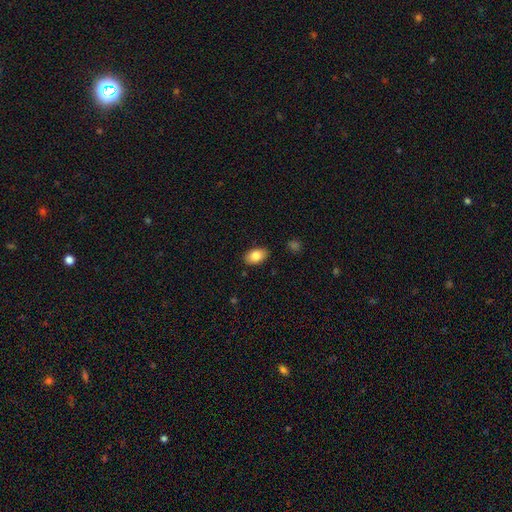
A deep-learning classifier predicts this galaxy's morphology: This is clearly a smooth galaxy (84%). How rounded: clearly in between (91%). Merging: clearly none (86%).